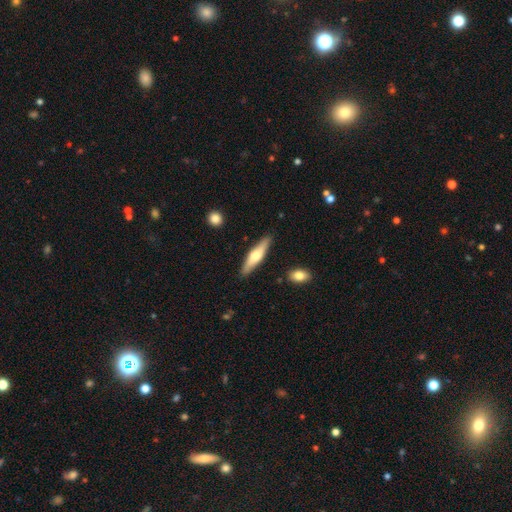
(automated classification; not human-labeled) This is possibly a smooth galaxy (51%). How rounded: likely cigar-shaped (74%). Merging: clearly none (87%).